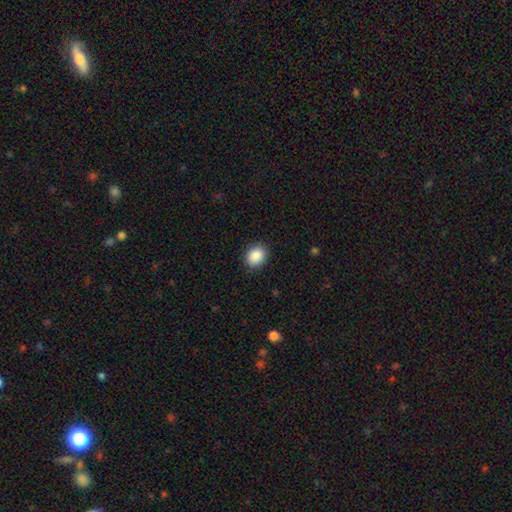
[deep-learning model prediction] Smooth or featured? Predicted: smooth (p=0.89). How rounded? Predicted: in between (p=0.50). Merging? Predicted: none (p=0.88).